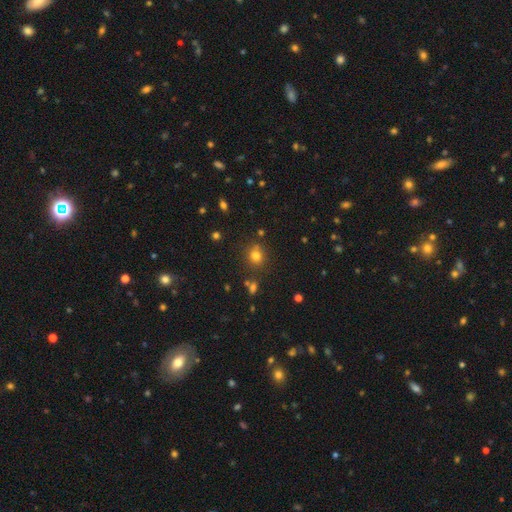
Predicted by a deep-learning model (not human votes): Q: Smooth or featured?
A: smooth (77%); runner-up: star or artifact (16%)
Q: How rounded?
A: round (79%); runner-up: in between (20%)
Q: Merging?
A: none (79%); runner-up: minor disturbance (11%)